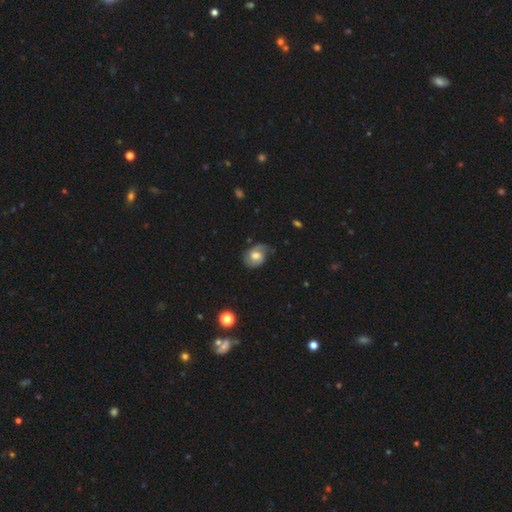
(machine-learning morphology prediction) This is likely a featured or disk galaxy (66%). It is clearly not viewed edge-on (97%). Bar: possibly weak (45%, tied with no). Spiral arm pattern: clearly yes (90%). Spiral arm count: likely 2 (79%). Spiral winding: possibly medium (47%). Central bulge: likely moderate (62%). Merging: likely none (65%).